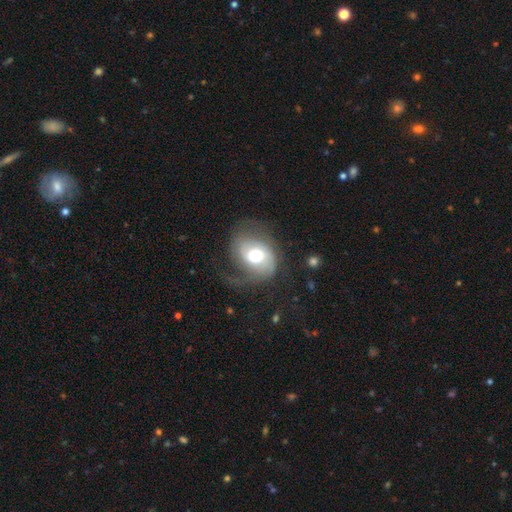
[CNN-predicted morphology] Smooth or featured? featured or disk (61%)
Edge-on disk? no (96%)
Bar? no (56%)
Spiral arms? yes (83%)
Bulge size? moderate (65%)
Merging? none (46%)